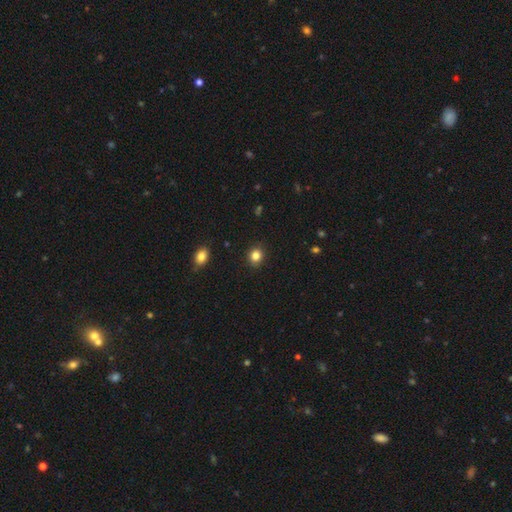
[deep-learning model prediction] Smooth or featured? smooth (84%)
How rounded? round (76%)
Merging? none (89%)